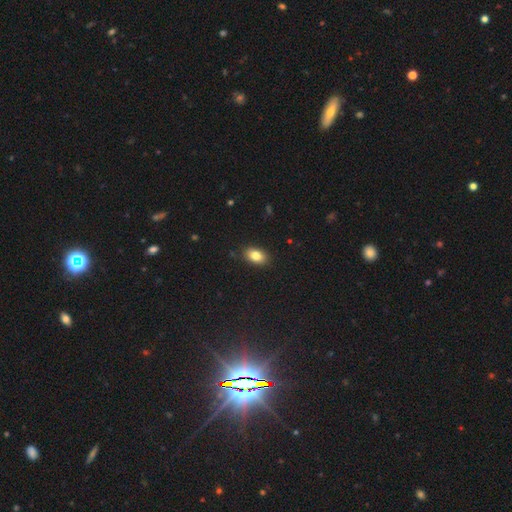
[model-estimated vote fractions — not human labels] smooth-or-featured: smooth: 82% | featured or disk: 9% | star or artifact: 9%
  how-rounded: in between: 88% | round: 10% | cigar-shaped: 2%
  merging: none: 87% | minor disturbance: 10% | major disturbance: 2% | merger: 1%